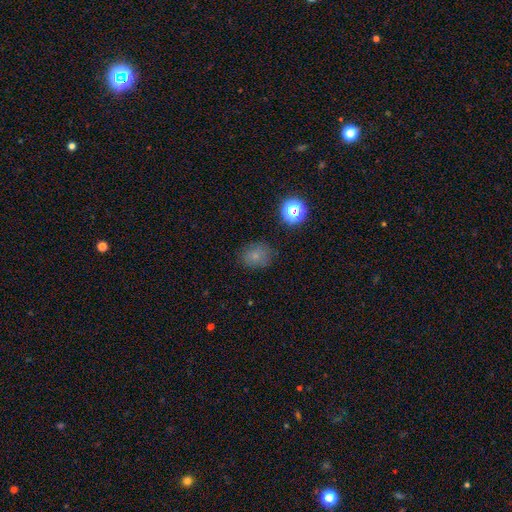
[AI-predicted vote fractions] This is likely a smooth galaxy (73%). How rounded: possibly round (57%). Merging: likely none (77%).